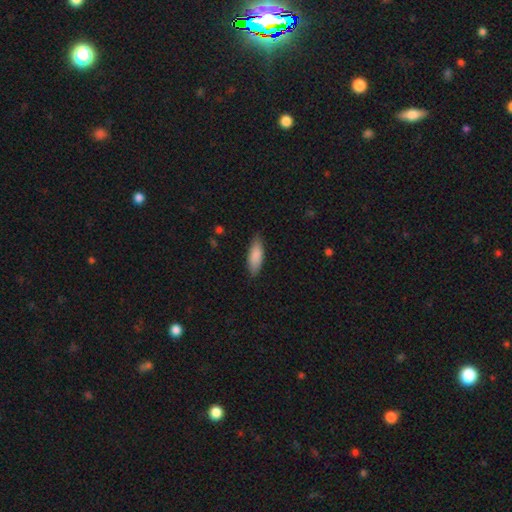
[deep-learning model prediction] smooth-or-featured: smooth: 86% | featured or disk: 8% | star or artifact: 6%
  how-rounded: in between: 66% | cigar-shaped: 33% | round: 2%
  merging: none: 82% | minor disturbance: 14% | major disturbance: 2% | merger: 1%